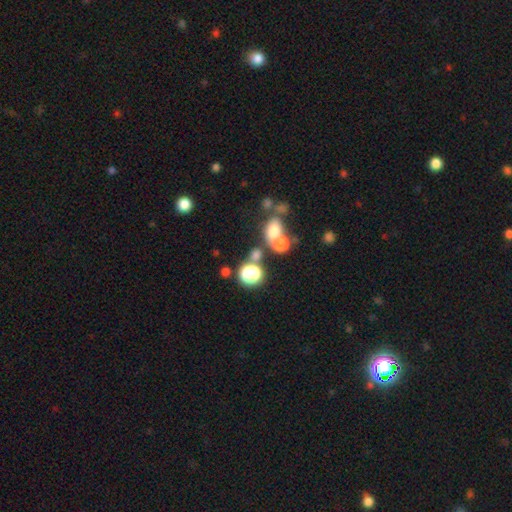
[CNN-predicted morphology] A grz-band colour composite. It shows a smooth galaxy with no disk features (64%) that is round (67%). Merging: none (47%).